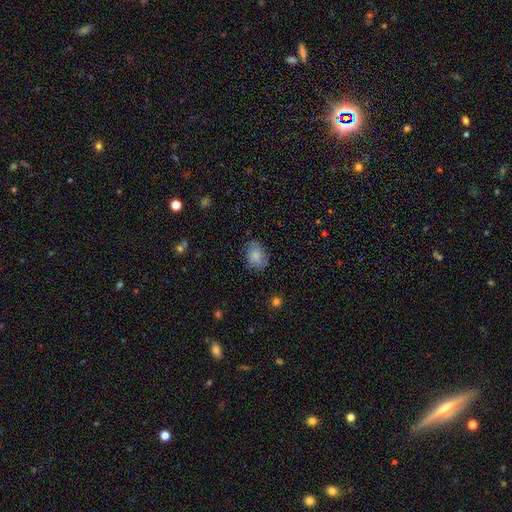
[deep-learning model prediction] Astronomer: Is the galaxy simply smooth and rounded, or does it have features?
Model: smooth — 80%.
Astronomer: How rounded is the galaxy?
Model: in between — 63%.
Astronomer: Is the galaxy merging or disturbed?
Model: none — 77%.